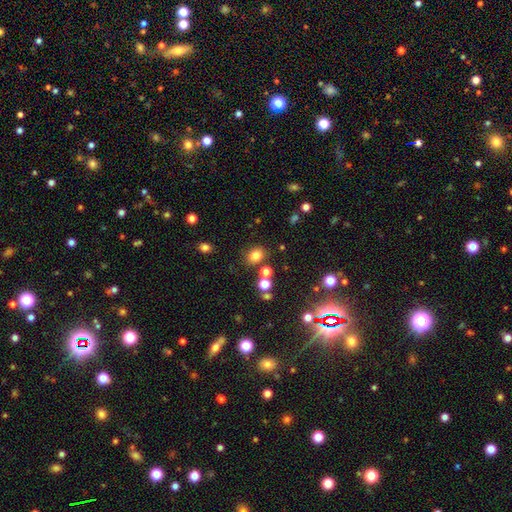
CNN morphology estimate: Overall: smooth (78%). How rounded: round (57%; in between 42%). Merging: none (78%).